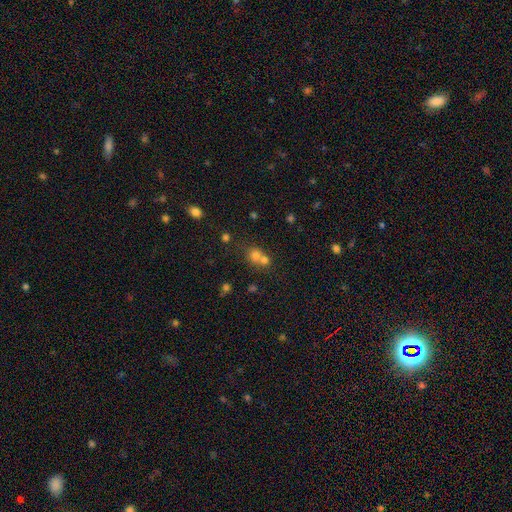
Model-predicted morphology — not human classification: smooth_or_featured: smooth (p=0.71) [alt: star or artifact p=0.16]
how_rounded: round (p=0.79) [alt: in between p=0.20]
merging: merger (p=0.57) [alt: none p=0.35]